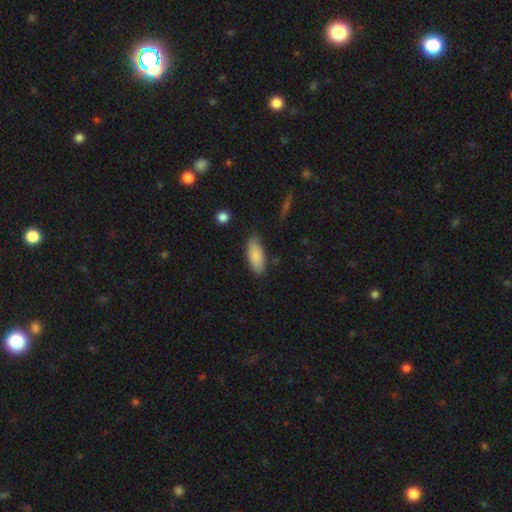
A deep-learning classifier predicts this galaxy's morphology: Smooth or featured?
  - smooth: 84% *
  - featured or disk: 10%
  - star or artifact: 6%
How rounded?
  - in between: 84% *
  - cigar-shaped: 14%
  - round: 2%
Merging?
  - none: 75% *
  - minor disturbance: 19%
  - major disturbance: 4%
  - merger: 2%